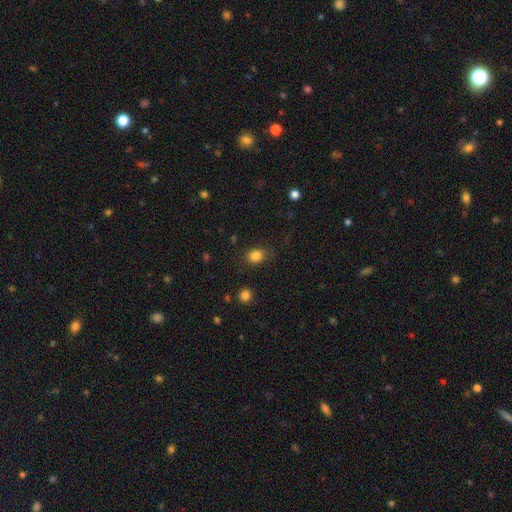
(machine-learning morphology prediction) smooth-or-featured: smooth: 84% | star or artifact: 11% | featured or disk: 5%
  how-rounded: round: 54% | in between: 45% | cigar-shaped: 1%
  merging: none: 81% | minor disturbance: 13% | major disturbance: 4% | merger: 2%